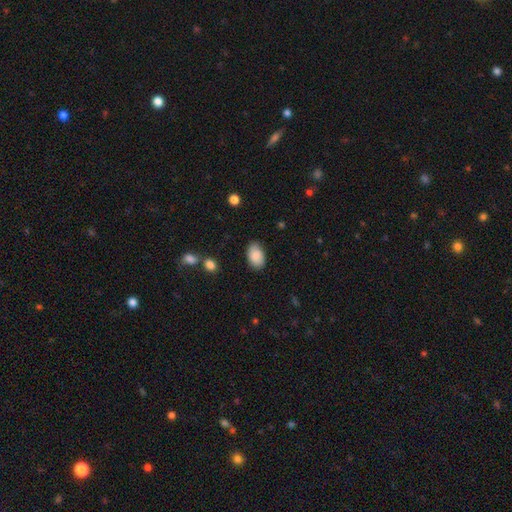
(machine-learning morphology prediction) A smooth galaxy with no disk features (86%) that is in between round and cigar-shaped (91%).

Vote fractions:
- Smooth or featured? smooth: 86% / featured or disk: 8% / star or artifact: 7%
- How rounded? in between: 91% / round: 8% / cigar-shaped: 1%
- Merging? none: 81% / minor disturbance: 14% / major disturbance: 3% / merger: 1%